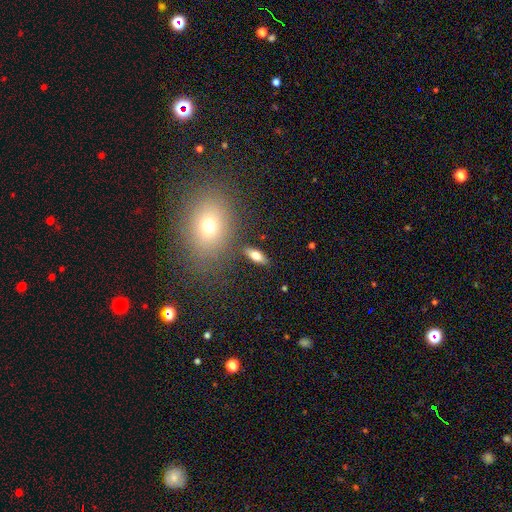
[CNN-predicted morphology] Smooth or featured: smooth — 62% (featured or disk — 28%)
How rounded: in between — 72% (cigar-shaped — 23%)
Merging: none — 83% (minor disturbance — 9%)